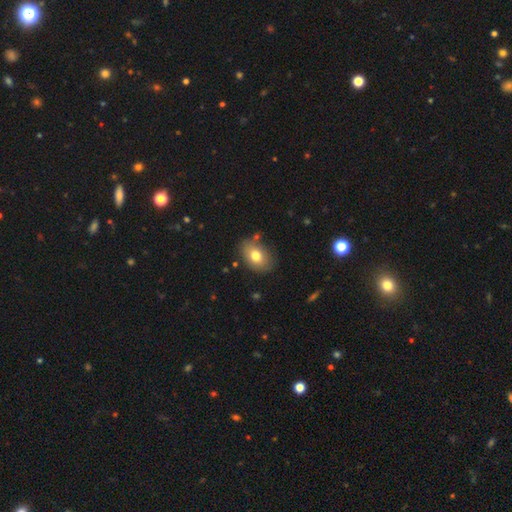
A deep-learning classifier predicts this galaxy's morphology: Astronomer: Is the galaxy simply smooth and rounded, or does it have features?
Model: smooth — 75%.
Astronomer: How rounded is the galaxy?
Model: in between — 77%.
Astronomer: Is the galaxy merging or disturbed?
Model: none — 79%.